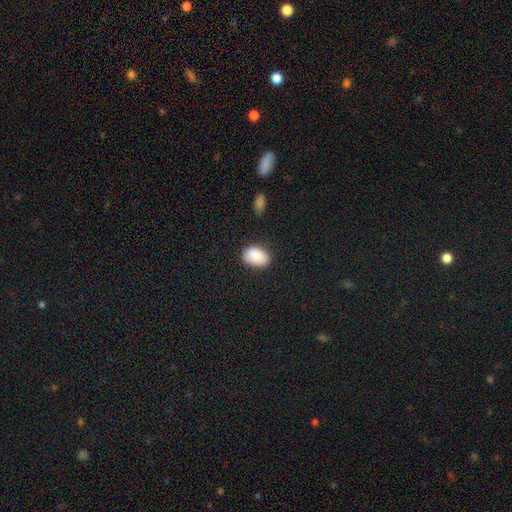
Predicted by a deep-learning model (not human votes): The model was most divided on "merging": none: 76%, minor disturbance: 18%, major disturbance: 3%, merger: 2%. More confident: smooth or featured — smooth (87%); how rounded — in between (85%).